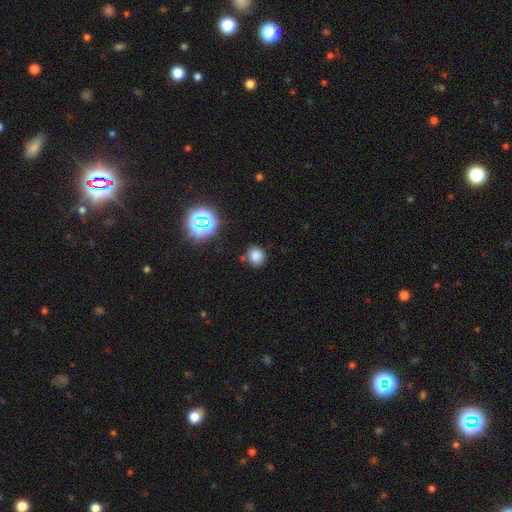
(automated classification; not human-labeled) Morphology: type=smooth (78%); roundness=round (87%); merging=none (82%).